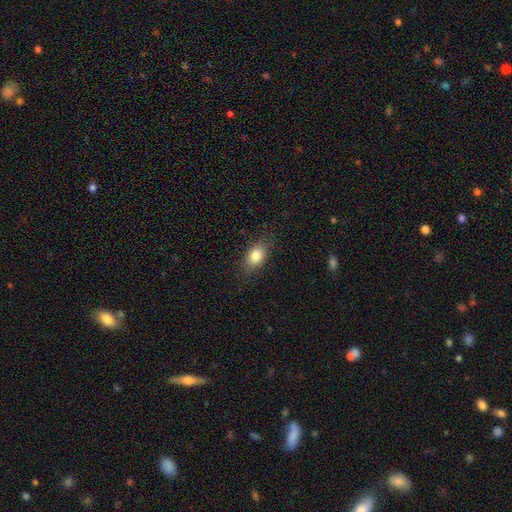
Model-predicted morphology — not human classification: smooth-or-featured: smooth: 83% | star or artifact: 8% | featured or disk: 8%
  how-rounded: in between: 81% | round: 17% | cigar-shaped: 3%
  merging: none: 83% | minor disturbance: 13% | major disturbance: 4% | merger: 1%